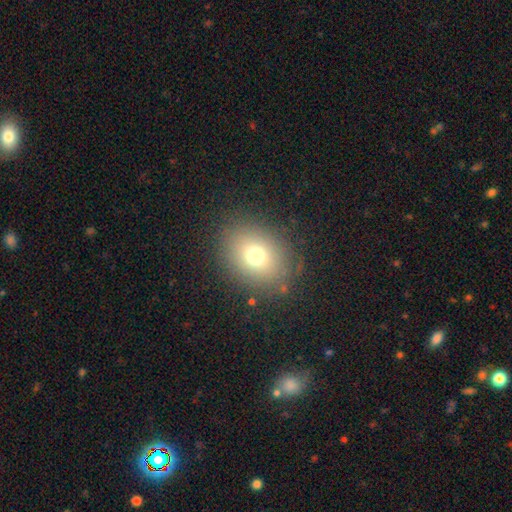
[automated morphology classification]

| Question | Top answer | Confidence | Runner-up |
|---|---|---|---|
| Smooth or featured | smooth | 72% | star or artifact (15%) |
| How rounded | in between | 54% | round (45%) |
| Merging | none | 84% | minor disturbance (10%) |